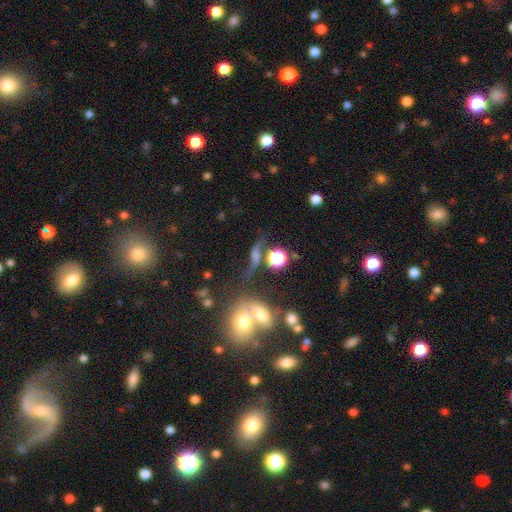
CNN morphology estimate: smooth-or-featured: featured or disk: 42% | smooth: 34% | star or artifact: 24%
  merging: none: 42% | merger: 25% | minor disturbance: 17% | major disturbance: 16%